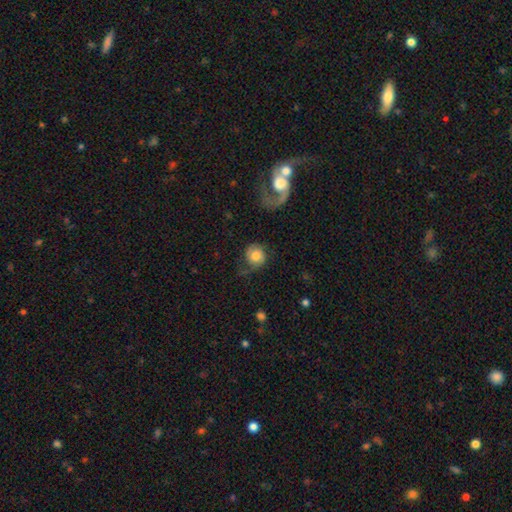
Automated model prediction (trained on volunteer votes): smooth-or-featured: smooth: 58% | featured or disk: 35% | star or artifact: 8%
  how-rounded: round: 81% | in between: 18% | cigar-shaped: 1%
  merging: none: 56% | minor disturbance: 21% | major disturbance: 20% | merger: 3%